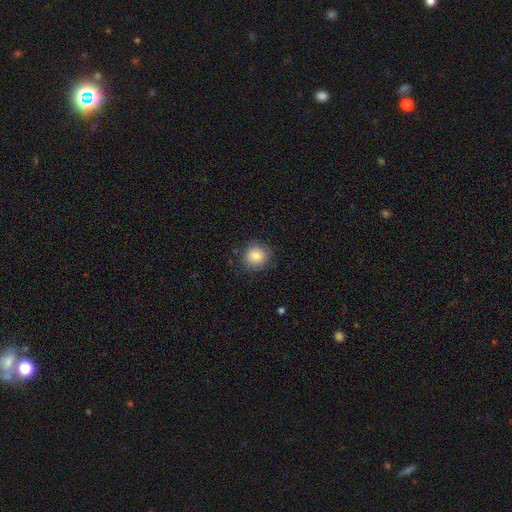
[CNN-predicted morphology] Smooth or featured: smooth — 82% (featured or disk — 9%)
How rounded: round — 88% (in between — 11%)
Merging: none — 83% (minor disturbance — 12%)